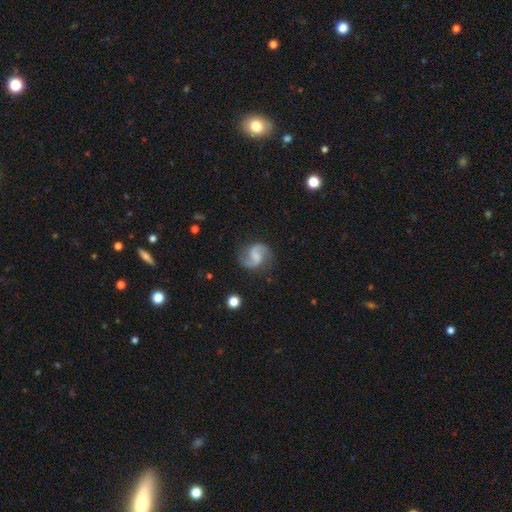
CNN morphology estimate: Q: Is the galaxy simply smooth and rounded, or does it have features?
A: featured or disk — 85%.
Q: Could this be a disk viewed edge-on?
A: no — 98%.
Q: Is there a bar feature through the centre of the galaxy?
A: weak — 48%.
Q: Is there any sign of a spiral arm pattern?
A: yes — 97%.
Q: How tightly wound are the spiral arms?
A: medium — 46%.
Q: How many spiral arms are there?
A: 2 — 93%.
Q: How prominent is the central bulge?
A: none — 42%.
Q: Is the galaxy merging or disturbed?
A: none — 80%.